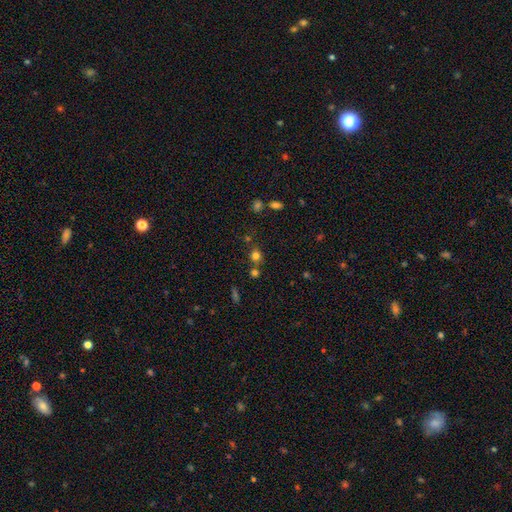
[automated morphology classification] smooth-or-featured: smooth: 73% | star or artifact: 19% | featured or disk: 9%
  how-rounded: round: 81% | in between: 17% | cigar-shaped: 1%
  merging: none: 65% | merger: 20% | minor disturbance: 10% | major disturbance: 4%